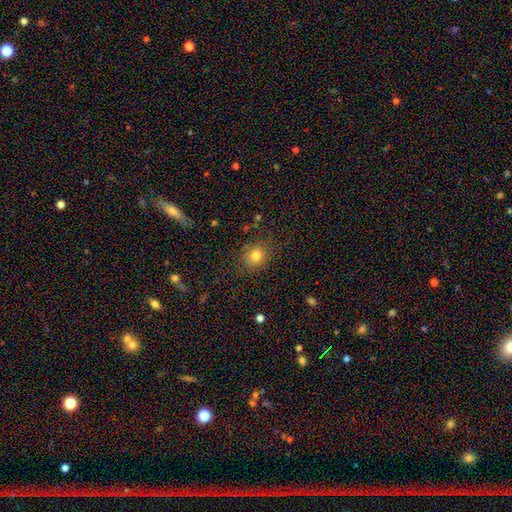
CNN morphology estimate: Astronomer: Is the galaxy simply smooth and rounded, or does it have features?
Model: smooth — 79%.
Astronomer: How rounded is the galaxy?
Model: round — 74%.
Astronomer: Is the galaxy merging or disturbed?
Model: none — 81%.